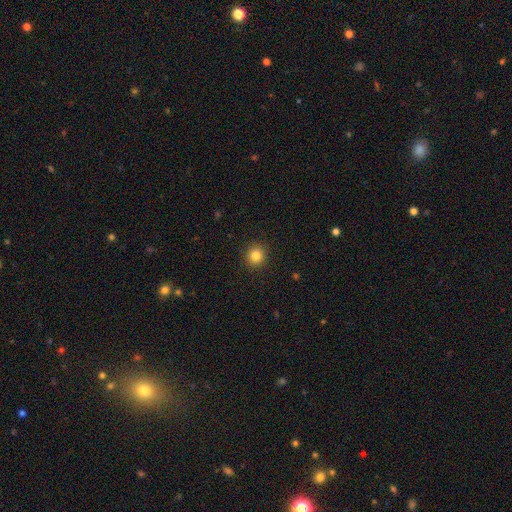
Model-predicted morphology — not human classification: A smooth galaxy with no disk features (84%) that is round (90%).

Vote fractions:
- Smooth or featured? smooth: 84% / star or artifact: 11% / featured or disk: 5%
- How rounded? round: 90% / in between: 9% / cigar-shaped: 1%
- Merging? none: 92% / minor disturbance: 5% / major disturbance: 2% / merger: 1%